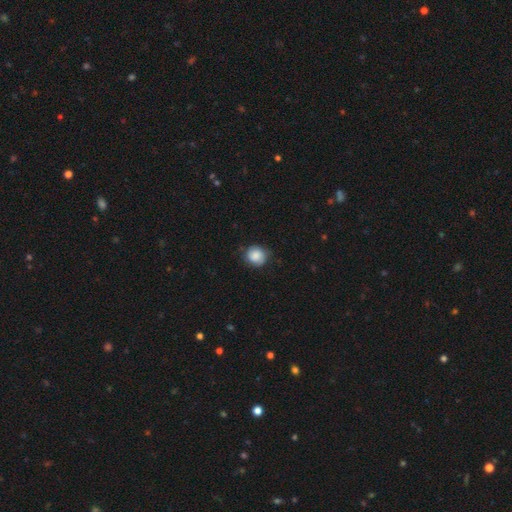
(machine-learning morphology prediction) Q: Smooth or featured?
A: smooth (83%); runner-up: featured or disk (9%)
Q: How rounded?
A: round (84%); runner-up: in between (15%)
Q: Merging?
A: none (75%); runner-up: minor disturbance (19%)